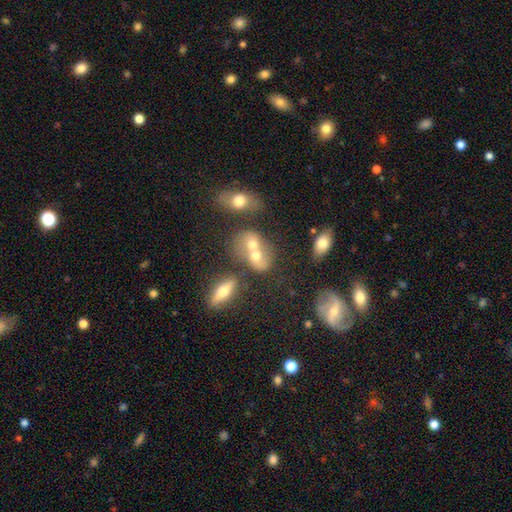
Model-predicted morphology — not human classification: Smooth or featured? Predicted: smooth (p=0.58). How rounded? Predicted: in between (p=0.54). Merging? Predicted: merger (p=0.59).